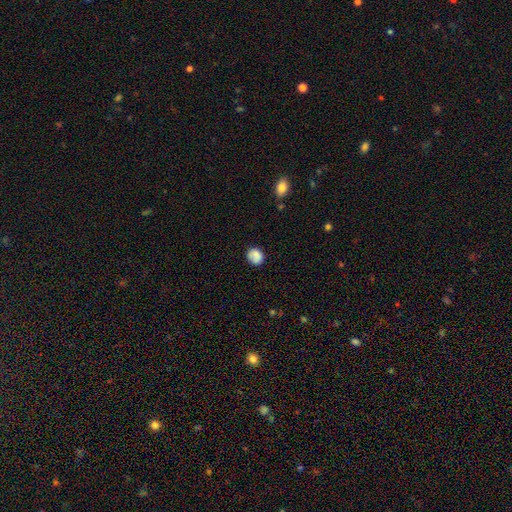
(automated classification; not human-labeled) Q: Smooth or featured?
A: smooth (82%); runner-up: featured or disk (10%)
Q: How rounded?
A: round (66%); runner-up: in between (33%)
Q: Merging?
A: none (71%); runner-up: minor disturbance (20%)